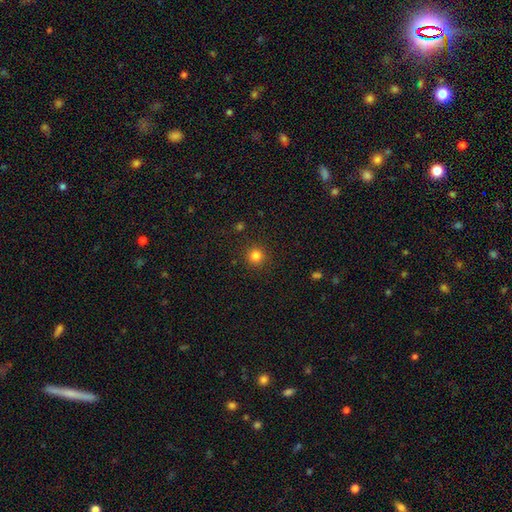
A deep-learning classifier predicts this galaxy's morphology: Smooth or featured?
  - smooth: 83% *
  - star or artifact: 13%
  - featured or disk: 4%
How rounded?
  - round: 94% *
  - in between: 5%
  - cigar-shaped: 1%
Merging?
  - none: 90% *
  - minor disturbance: 6%
  - major disturbance: 2%
  - merger: 1%